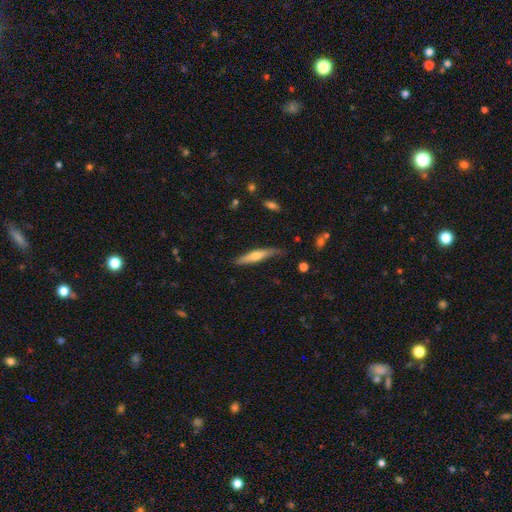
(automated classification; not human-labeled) Smooth or featured?
  - featured or disk: 48% *
  - smooth: 46%
  - star or artifact: 6%
Merging?
  - none: 76% *
  - minor disturbance: 19%
  - major disturbance: 4%
  - merger: 2%